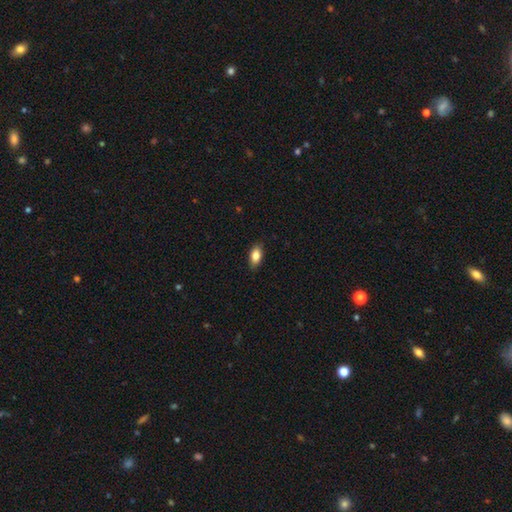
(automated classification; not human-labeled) This appears to be a smooth galaxy with no disk features (83%) that is in between round and cigar-shaped (88%). Merging: none (87%).